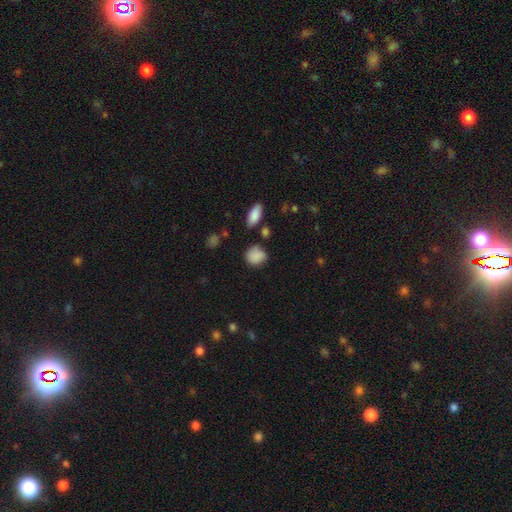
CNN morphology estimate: smooth_or_featured: smooth (p=0.85) [alt: star or artifact p=0.09]
how_rounded: round (p=0.74) [alt: in between p=0.25]
merging: none (p=0.65) [alt: minor disturbance p=0.23]